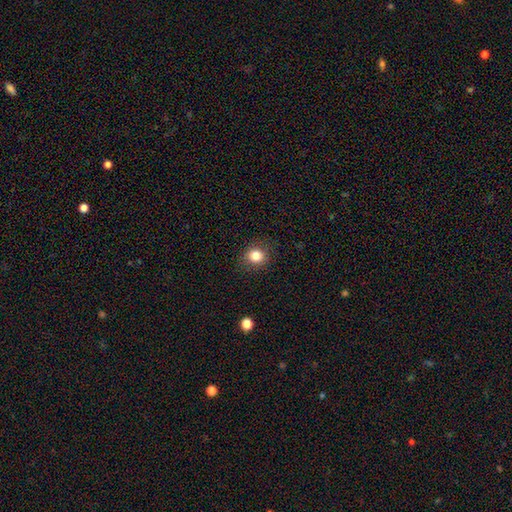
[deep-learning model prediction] Overall: smooth (82%). How rounded: round (78%). Merging: none (86%).